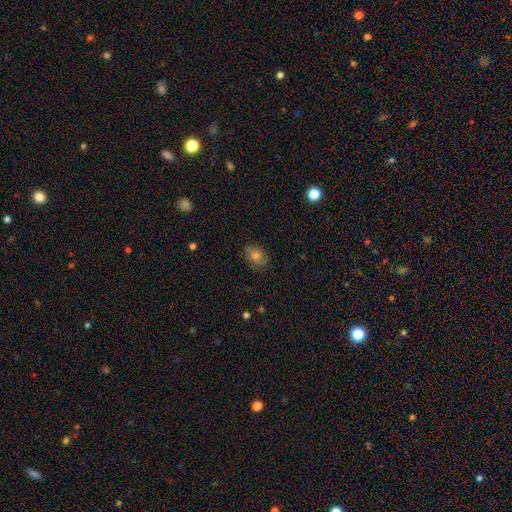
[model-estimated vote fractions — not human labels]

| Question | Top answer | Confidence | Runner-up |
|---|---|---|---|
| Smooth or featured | smooth | 70% | star or artifact (16%) |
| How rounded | in between | 59% | round (39%) |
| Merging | none | 83% | minor disturbance (13%) |